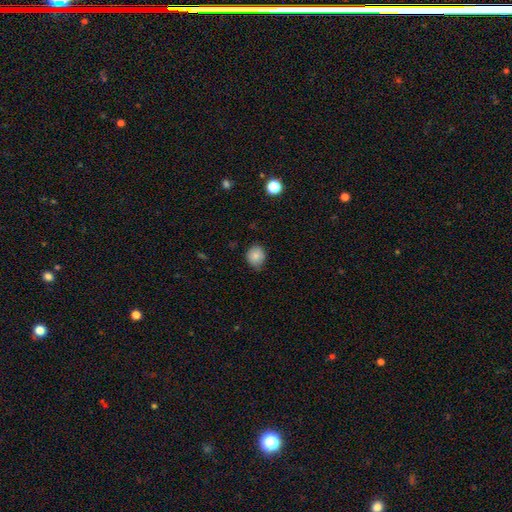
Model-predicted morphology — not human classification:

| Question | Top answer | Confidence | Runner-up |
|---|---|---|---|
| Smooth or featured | smooth | 82% | star or artifact (9%) |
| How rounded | round | 79% | in between (20%) |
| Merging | none | 69% | minor disturbance (26%) |